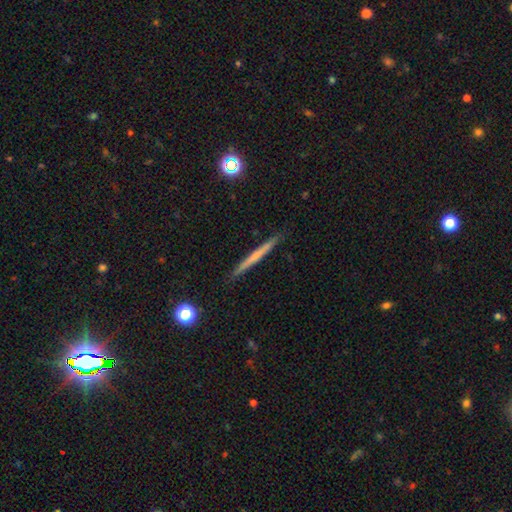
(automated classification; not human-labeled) This appears to be a smooth galaxy with no disk features (52%) that is cigar-shaped (97%). Merging: none (91%).